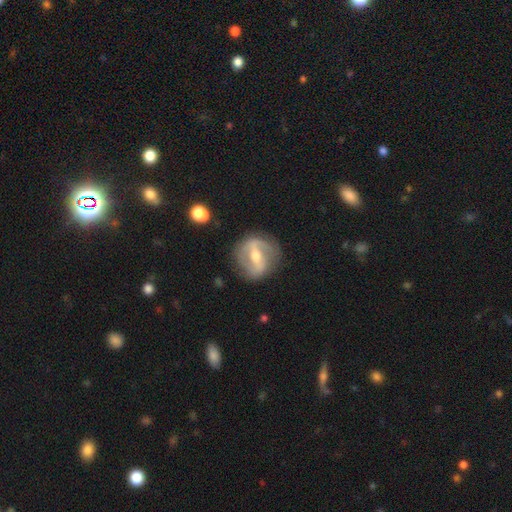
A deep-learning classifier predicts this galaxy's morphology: smooth_or_featured: featured or disk (p=0.75) [alt: smooth p=0.19]
disk_edge_on: no (p=0.91) [alt: yes p=0.09]
bar: strong (p=0.64) [alt: weak p=0.27]
has_spiral_arms: yes (p=0.63) [alt: no p=0.37]
bulge_size: moderate (p=0.64) [alt: small p=0.27]
merging: none (p=0.77) [alt: minor disturbance p=0.14]